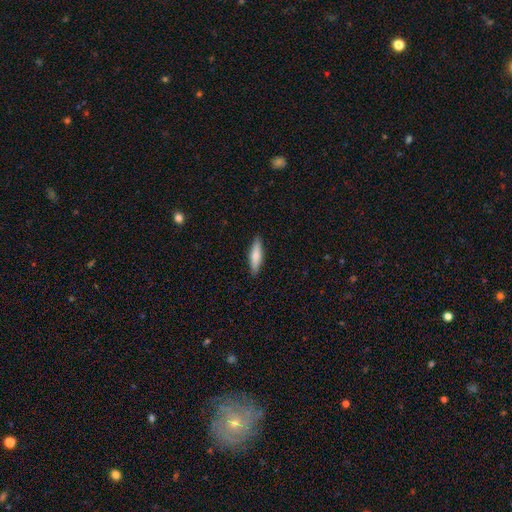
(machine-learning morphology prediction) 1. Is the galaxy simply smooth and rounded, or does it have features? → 72% smooth, 23% featured or disk, 5% star or artifact.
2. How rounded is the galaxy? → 72% cigar-shaped, 27% in between, 2% round.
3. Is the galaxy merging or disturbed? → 90% none, 7% minor disturbance, 2% major disturbance, 1% merger.